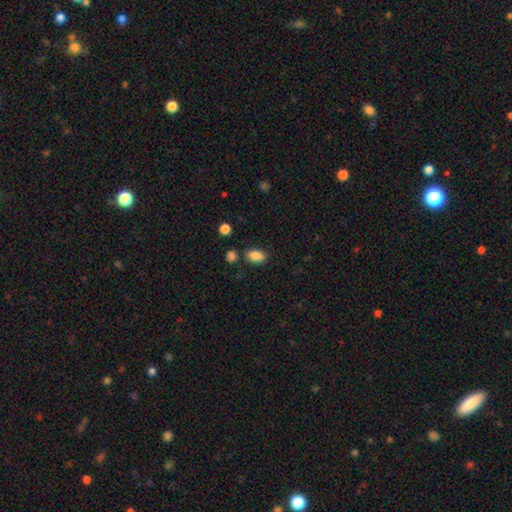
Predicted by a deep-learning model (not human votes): The model was most divided on "merging": none: 79%, minor disturbance: 13%, merger: 6%, major disturbance: 3%. More confident: how rounded — in between (89%); smooth or featured — smooth (86%).